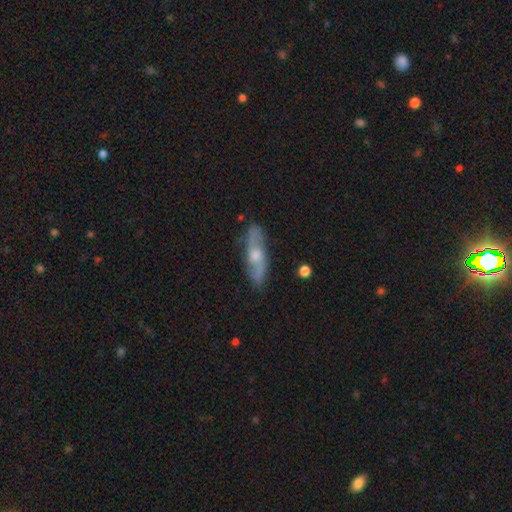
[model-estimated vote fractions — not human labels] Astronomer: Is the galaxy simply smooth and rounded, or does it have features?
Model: featured or disk — 66%.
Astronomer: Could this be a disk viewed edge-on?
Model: no — 65%.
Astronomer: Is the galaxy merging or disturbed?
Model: none — 84%.